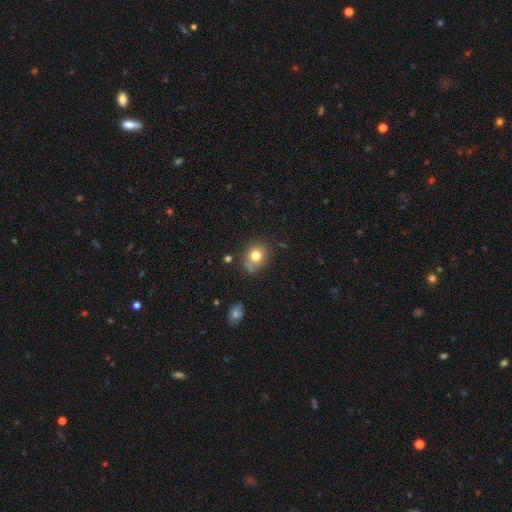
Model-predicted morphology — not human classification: Overall: smooth (77%). How rounded: round (73%). Merging: none (67%).